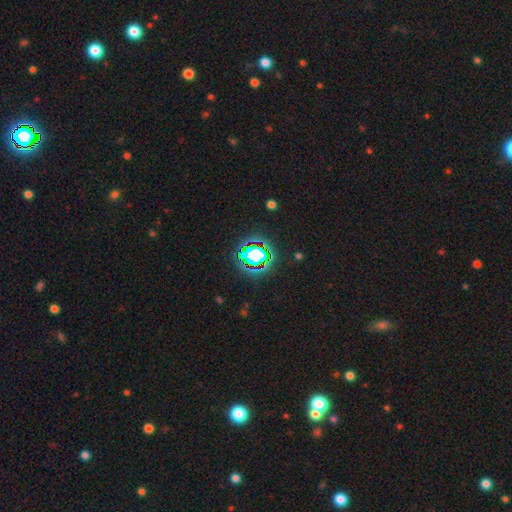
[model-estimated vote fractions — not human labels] Overall: star or artifact (63%; smooth 23%).